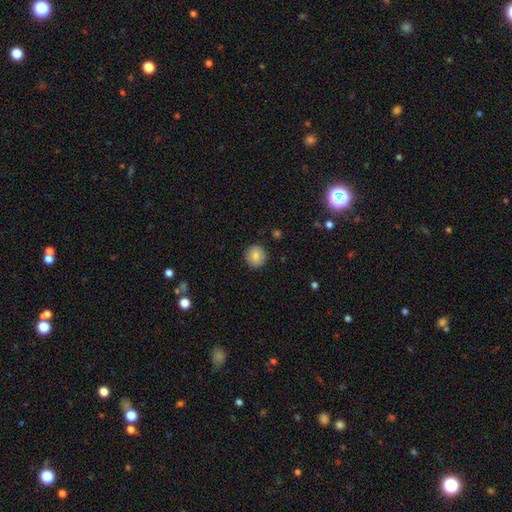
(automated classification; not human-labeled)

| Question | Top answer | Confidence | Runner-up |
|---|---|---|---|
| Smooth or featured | smooth | 84% | star or artifact (9%) |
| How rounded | round | 93% | in between (6%) |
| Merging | none | 91% | minor disturbance (6%) |